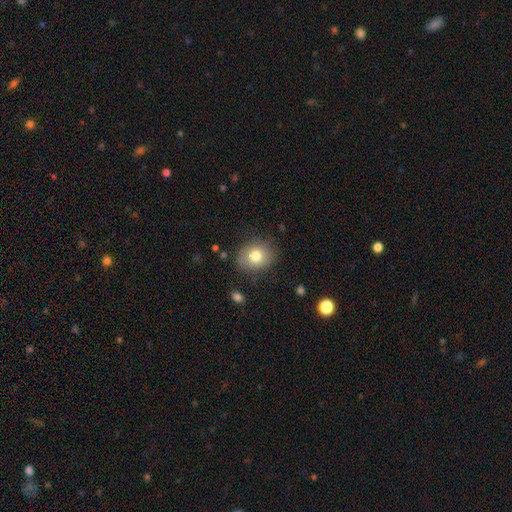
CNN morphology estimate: Overall: smooth (77%). How rounded: round (66%; in between 33%). Merging: none (81%).